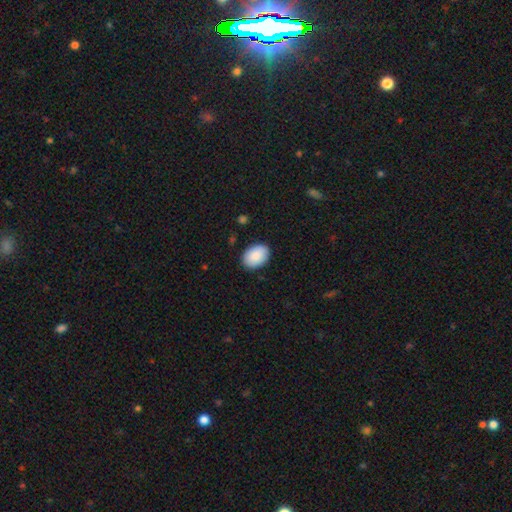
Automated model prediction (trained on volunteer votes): A smooth galaxy with no disk features (89%) that is in between round and cigar-shaped (83%).

Vote fractions:
- Smooth or featured? smooth: 89% / star or artifact: 6% / featured or disk: 5%
- How rounded? in between: 83% / round: 16% / cigar-shaped: 1%
- Merging? none: 88% / minor disturbance: 9% / major disturbance: 2% / merger: 1%